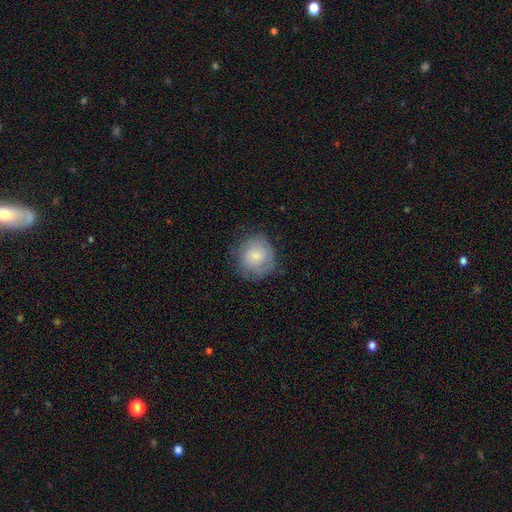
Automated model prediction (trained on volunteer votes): smooth 64%, featured or disk 29%, star or artifact 8%. Down the decision tree: how rounded — round (87%); merging — none (72%).